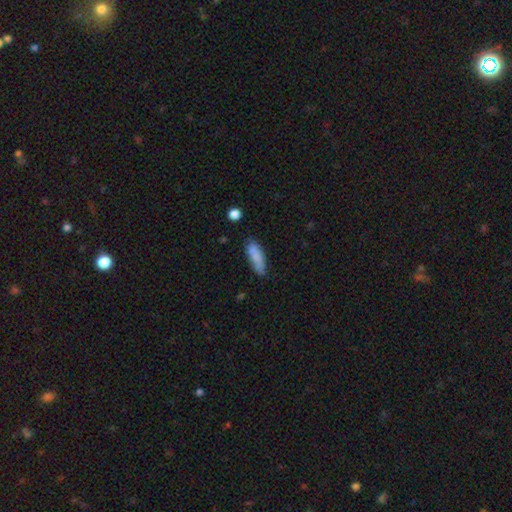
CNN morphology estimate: The model was most divided on "how rounded": in between: 53%, cigar-shaped: 45%, round: 2%. More confident: smooth or featured — smooth (80%); merging — none (63%).